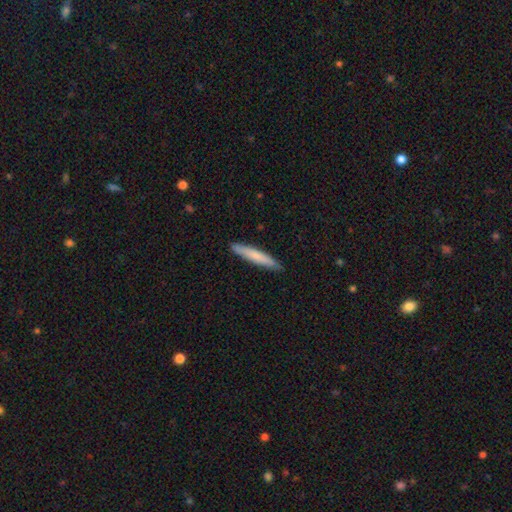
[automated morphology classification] type=smooth (73%); roundness=cigar-shaped (94%); merging=none (89%).